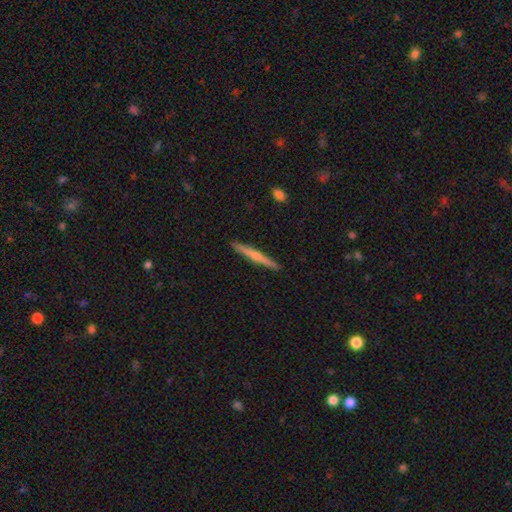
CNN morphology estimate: type=featured or disk (55%); edge-on=yes (98%); edge-on bulge=rounded (70%); merging=none (92%).